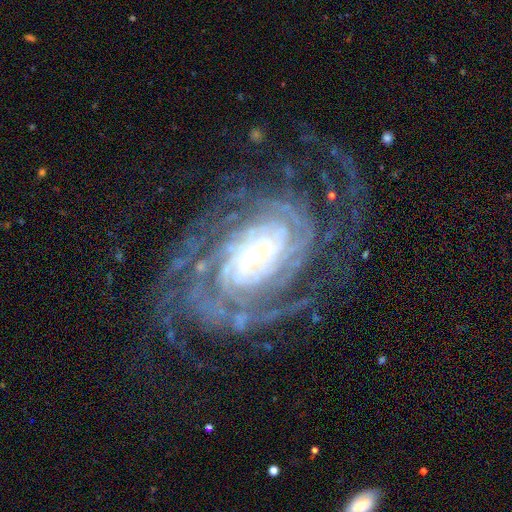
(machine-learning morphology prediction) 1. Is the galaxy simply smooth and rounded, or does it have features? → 91% featured or disk, 5% star or artifact, 4% smooth.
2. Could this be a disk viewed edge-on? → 97% no, 3% yes.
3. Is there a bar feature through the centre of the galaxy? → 38% weak, 35% no, 27% strong.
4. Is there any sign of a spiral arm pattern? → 98% yes, 2% no.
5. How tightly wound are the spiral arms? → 75% tight, 20% medium, 5% loose.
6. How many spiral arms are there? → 23% can't tell, 22% more than 4, 20% 4, 14% 2, 13% 3, 8% 1.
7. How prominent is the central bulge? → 62% small, 31% moderate, 5% large, 1% none, 1% dominant.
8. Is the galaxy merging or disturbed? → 70% none, 15% minor disturbance, 13% major disturbance, 2% merger.